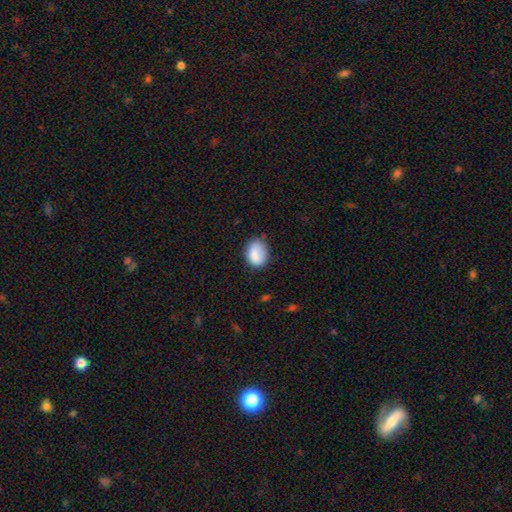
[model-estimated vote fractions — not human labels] Q: Smooth or featured?
A: smooth (86%); runner-up: star or artifact (8%)
Q: How rounded?
A: in between (63%); runner-up: round (36%)
Q: Merging?
A: none (70%); runner-up: minor disturbance (23%)